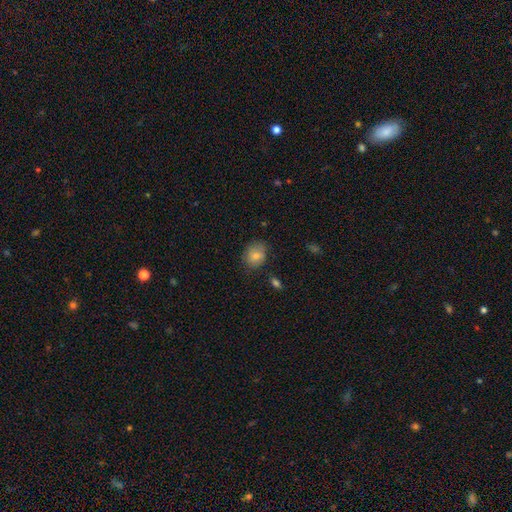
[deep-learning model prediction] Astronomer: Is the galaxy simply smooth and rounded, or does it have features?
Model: smooth — 80%.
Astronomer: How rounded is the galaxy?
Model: round — 50% (runner-up: in between, 49%).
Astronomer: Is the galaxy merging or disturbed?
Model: none — 73%.